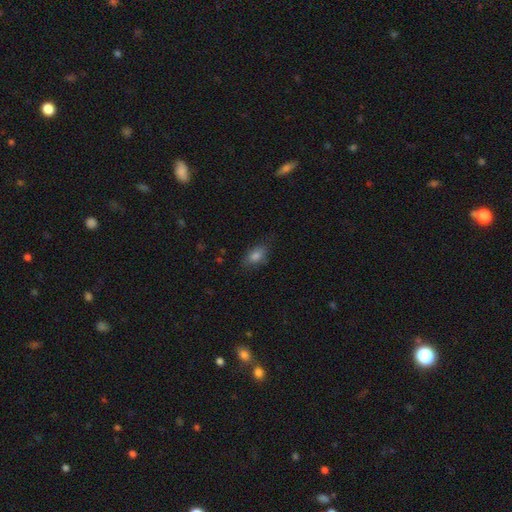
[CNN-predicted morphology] The model was most divided on "merging": none: 74%, minor disturbance: 20%, major disturbance: 5%, merger: 1%. More confident: how rounded — in between (83%); smooth or featured — smooth (77%).